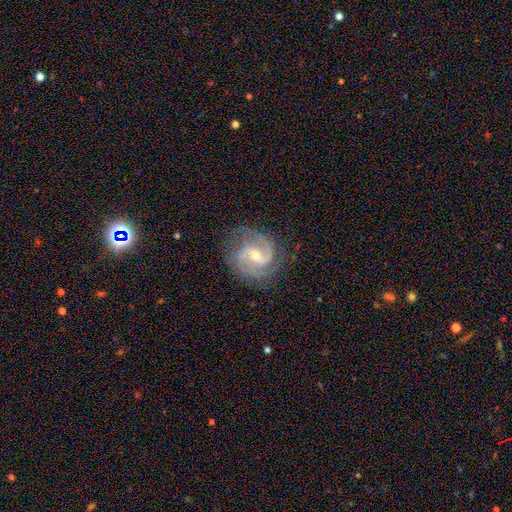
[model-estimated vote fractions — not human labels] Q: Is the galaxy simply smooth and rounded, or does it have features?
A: featured or disk — 92%.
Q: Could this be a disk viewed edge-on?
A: no — 98%.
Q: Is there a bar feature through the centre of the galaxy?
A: weak — 54%.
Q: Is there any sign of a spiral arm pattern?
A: yes — 98%.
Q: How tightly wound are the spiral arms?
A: medium — 57%.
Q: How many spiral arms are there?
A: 2 — 73%.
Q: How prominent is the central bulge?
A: small — 61%.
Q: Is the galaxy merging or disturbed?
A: none — 77%.